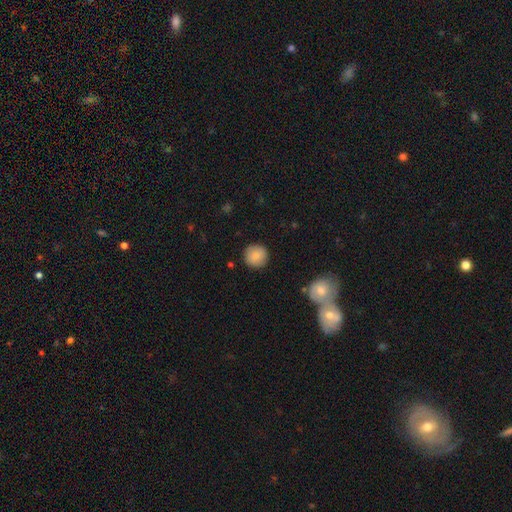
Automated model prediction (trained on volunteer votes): Smooth or featured: smooth — 85% (star or artifact — 7%)
How rounded: round — 93% (in between — 6%)
Merging: none — 89% (minor disturbance — 7%)